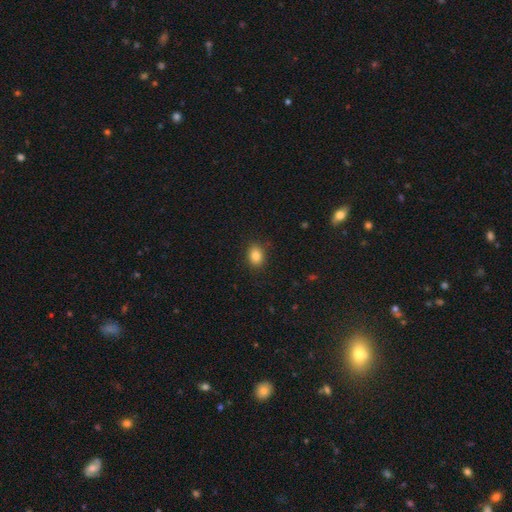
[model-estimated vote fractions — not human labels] Morphology: type=smooth (85%); roundness=in between (67%); merging=none (87%).